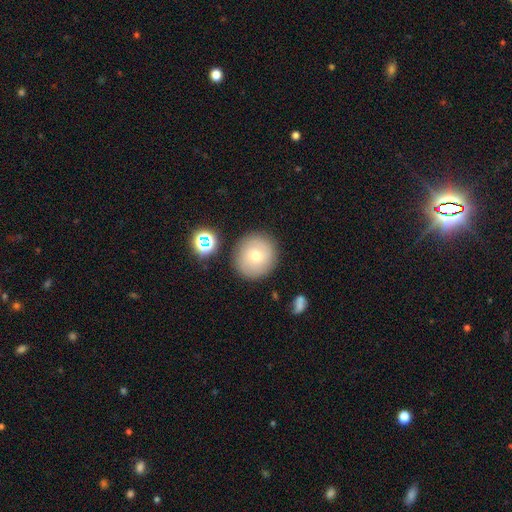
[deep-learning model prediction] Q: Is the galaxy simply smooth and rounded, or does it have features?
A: smooth — 69%.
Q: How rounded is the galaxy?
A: round — 92%.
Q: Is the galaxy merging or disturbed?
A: none — 85%.